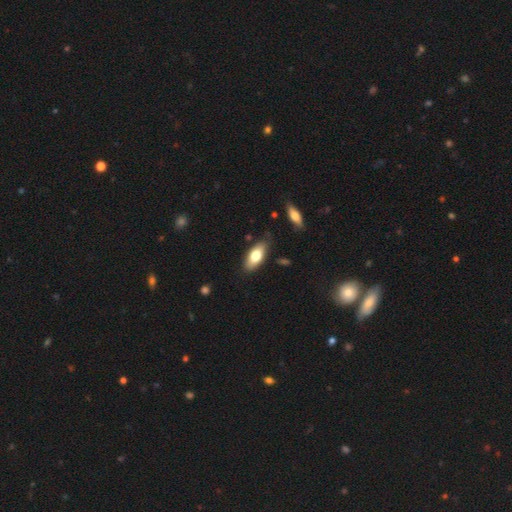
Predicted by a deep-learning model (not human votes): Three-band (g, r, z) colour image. It shows a smooth galaxy with no disk features (75%) that is in between round and cigar-shaped (86%). Merging: none (84%).